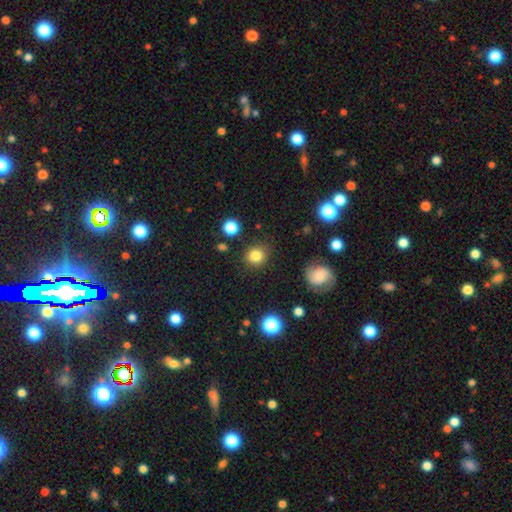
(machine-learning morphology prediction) Smooth or featured?
  - smooth: 83% *
  - star or artifact: 12%
  - featured or disk: 6%
How rounded?
  - round: 85% *
  - in between: 14%
  - cigar-shaped: 1%
Merging?
  - none: 85% *
  - minor disturbance: 10%
  - major disturbance: 3%
  - merger: 2%